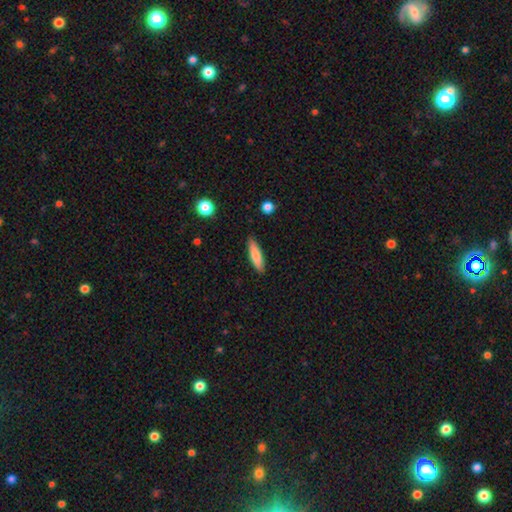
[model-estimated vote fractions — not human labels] The model was most divided on "how rounded": cigar-shaped: 71%, in between: 27%, round: 2%. More confident: merging — none (87%); smooth or featured — smooth (78%).